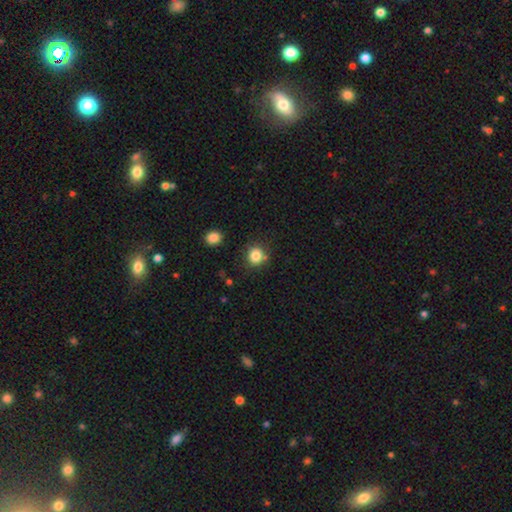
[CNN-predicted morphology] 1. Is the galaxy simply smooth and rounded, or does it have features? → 83% smooth, 11% star or artifact, 6% featured or disk.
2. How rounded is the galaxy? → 87% round, 12% in between, 1% cigar-shaped.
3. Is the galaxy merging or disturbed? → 77% none, 12% minor disturbance, 8% merger, 4% major disturbance.